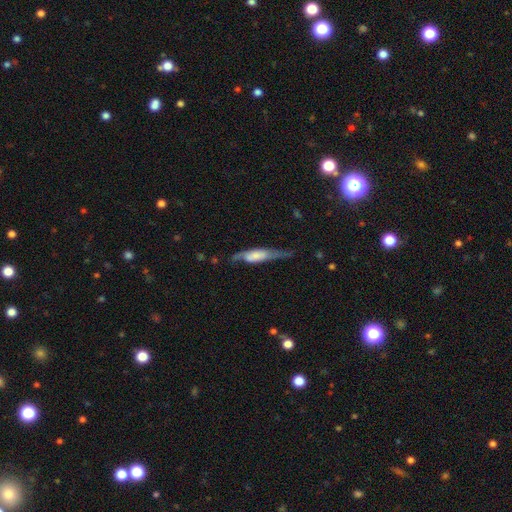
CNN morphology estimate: Smooth or featured: featured or disk — 53% (smooth — 41%)
Edge-on disk: yes — 59% (no — 41%)
Merging: none — 47% (minor disturbance — 32%)